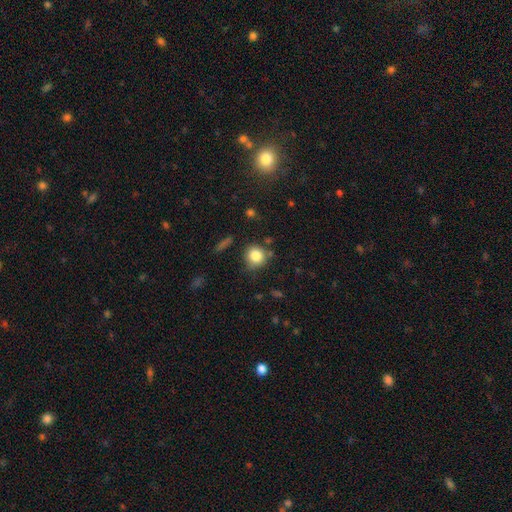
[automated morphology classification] Smooth or featured? smooth (83%)
How rounded? round (86%)
Merging? none (75%)